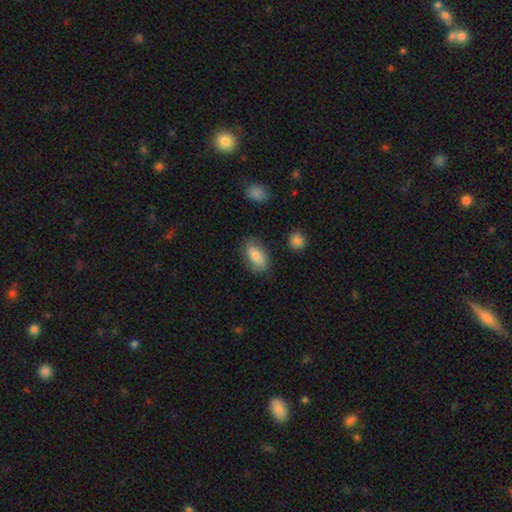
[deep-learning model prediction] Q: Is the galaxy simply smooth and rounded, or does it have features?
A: smooth — 73%.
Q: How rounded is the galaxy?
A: in between — 89%.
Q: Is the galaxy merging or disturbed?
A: none — 73%.